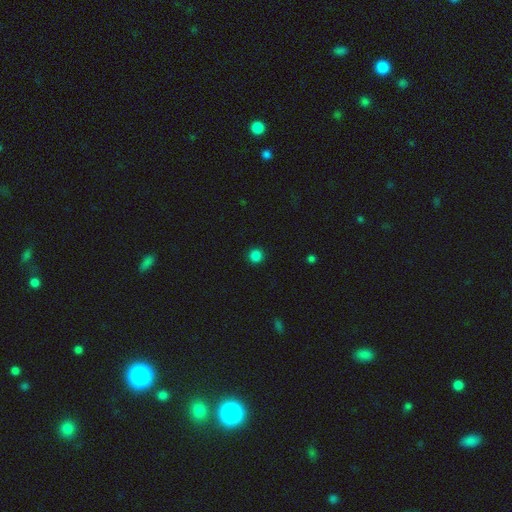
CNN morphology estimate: A smooth galaxy with no disk features (84%) that is round (96%). Merging: none (93%).